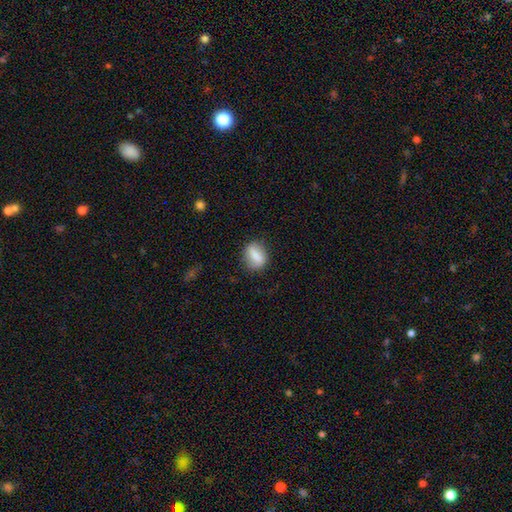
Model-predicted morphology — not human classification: Smooth or featured? smooth (76%)
How rounded? in between (60%)
Merging? none (82%)